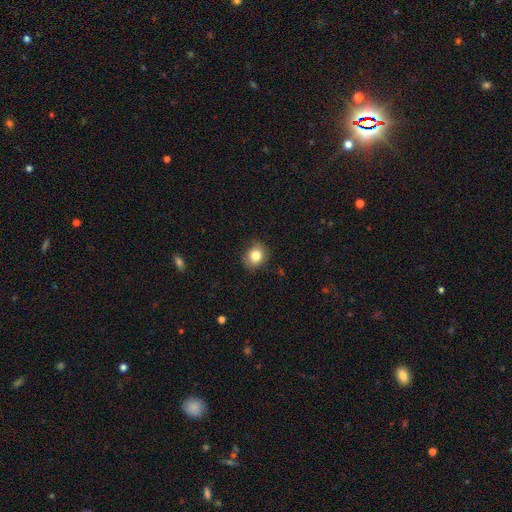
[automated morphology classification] A smooth galaxy with no disk features (82%) that is round (70%). Merging: none (82%).